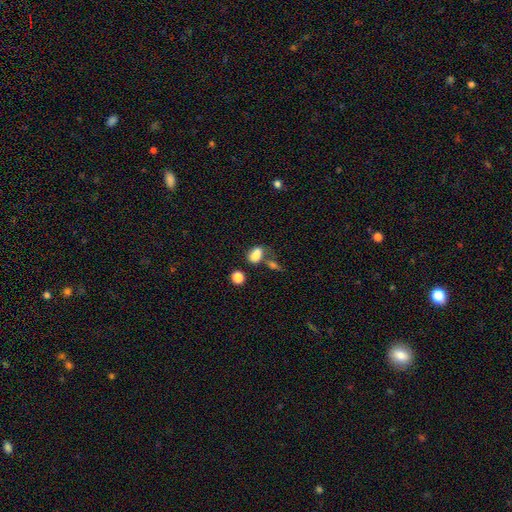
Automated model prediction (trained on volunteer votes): smooth 81%, star or artifact 11%, featured or disk 8%. Down the decision tree: how rounded — in between (79%); merging — none (46%).